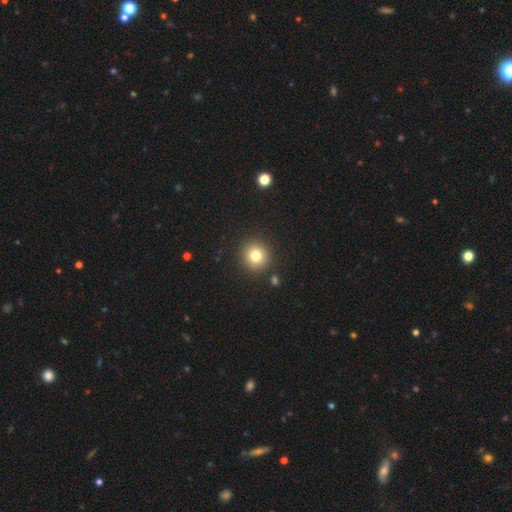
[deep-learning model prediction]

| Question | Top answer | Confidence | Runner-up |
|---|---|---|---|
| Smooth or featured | smooth | 78% | star or artifact (13%) |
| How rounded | round | 94% | in between (5%) |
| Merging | none | 90% | minor disturbance (6%) |